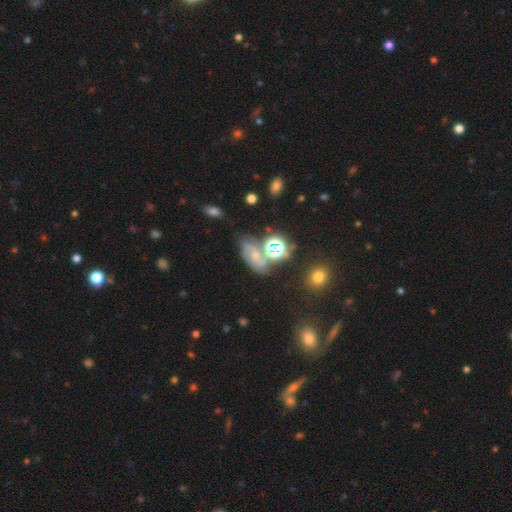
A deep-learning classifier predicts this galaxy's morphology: featured or disk 41%, star or artifact 30%, smooth 29%. Down the decision tree: merging — none (47%).